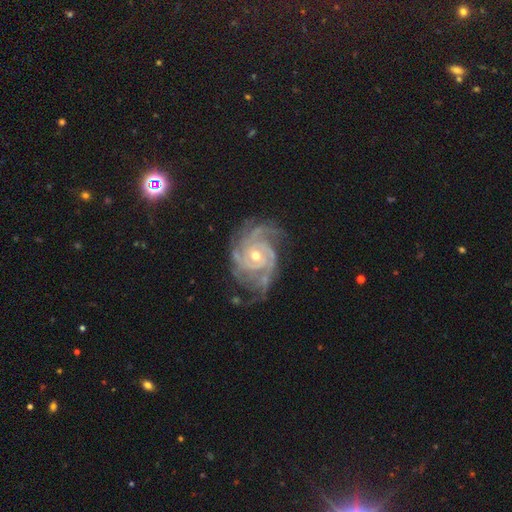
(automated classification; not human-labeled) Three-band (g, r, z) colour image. It shows a featured or disk galaxy (92%) with no bar (72%), 3 (31%) tight (69%) spiral arms (98%) and a moderate central bulge (53%). Merging: none (67%).